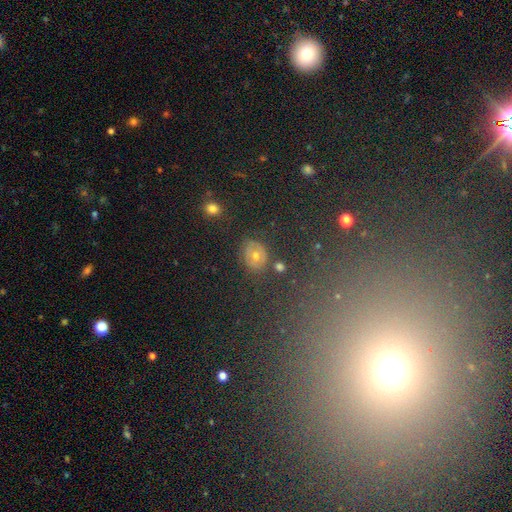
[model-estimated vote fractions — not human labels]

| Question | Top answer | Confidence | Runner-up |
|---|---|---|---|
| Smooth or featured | smooth | 55% | featured or disk (24%) |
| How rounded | round | 64% | in between (35%) |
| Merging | none | 78% | minor disturbance (14%) |